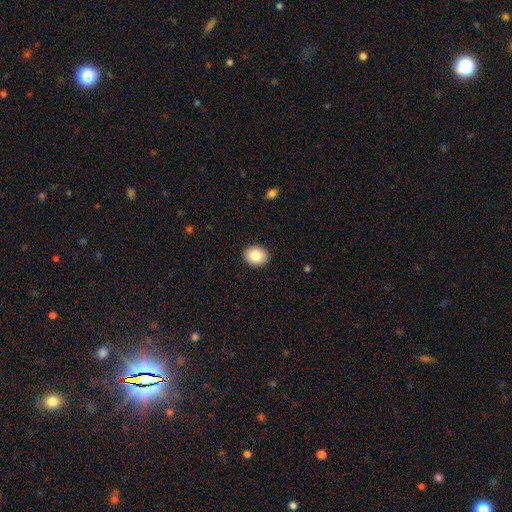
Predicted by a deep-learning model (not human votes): smooth_or_featured: smooth (p=0.85) [alt: star or artifact p=0.08]
how_rounded: round (p=0.54) [alt: in between p=0.45]
merging: none (p=0.91) [alt: minor disturbance p=0.06]